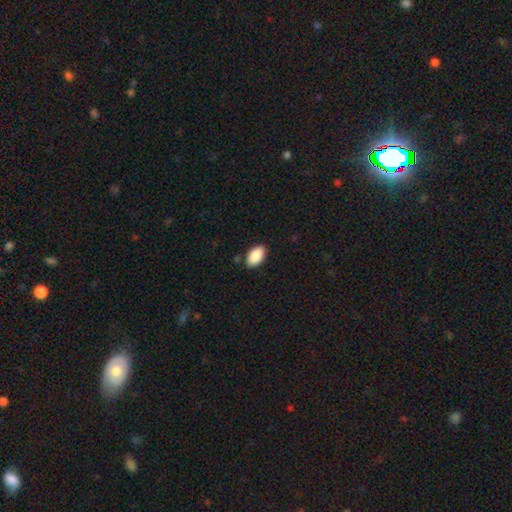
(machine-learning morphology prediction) smooth 89%, star or artifact 6%, featured or disk 4%. Down the decision tree: how rounded — in between (95%); merging — none (86%).